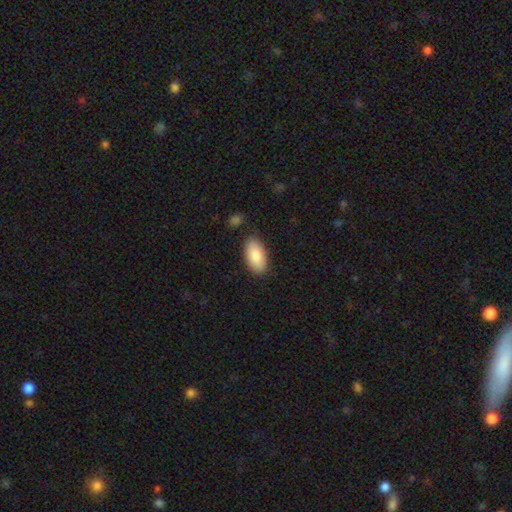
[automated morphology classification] smooth-or-featured: smooth: 85% | featured or disk: 9% | star or artifact: 6%
  how-rounded: in between: 94% | cigar-shaped: 4% | round: 2%
  merging: none: 84% | minor disturbance: 11% | major disturbance: 3% | merger: 2%